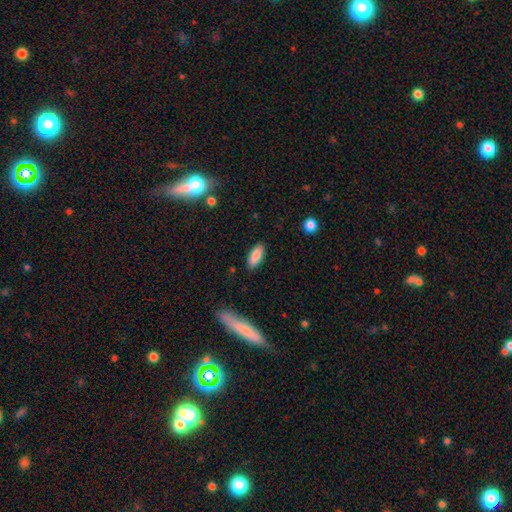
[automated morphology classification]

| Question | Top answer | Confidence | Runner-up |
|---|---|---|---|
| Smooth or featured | smooth | 86% | featured or disk (7%) |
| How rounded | in between | 81% | cigar-shaped (17%) |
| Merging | none | 87% | minor disturbance (9%) |